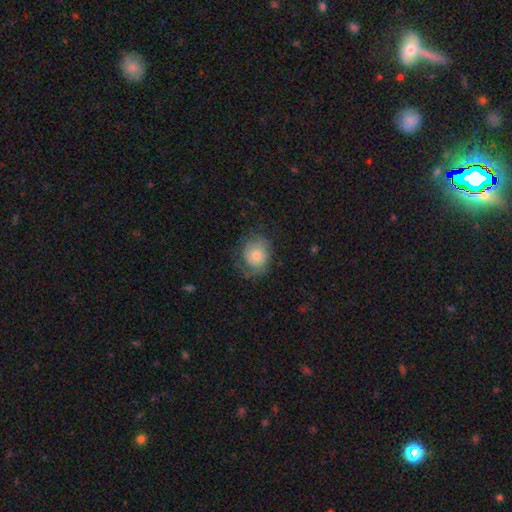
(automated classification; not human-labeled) This appears to be a smooth galaxy with no disk features (58%) that is round (70%). Merging: none (61%).